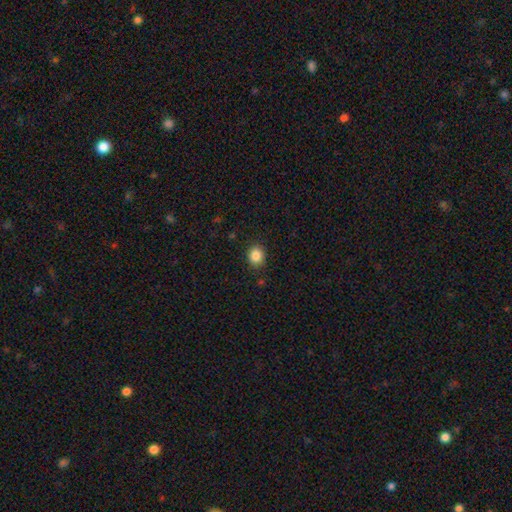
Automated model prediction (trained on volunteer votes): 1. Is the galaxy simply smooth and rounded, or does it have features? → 86% smooth, 10% star or artifact, 4% featured or disk.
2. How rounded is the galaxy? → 70% round, 29% in between, 1% cigar-shaped.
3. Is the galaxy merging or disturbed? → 88% none, 8% minor disturbance, 2% major disturbance, 1% merger.